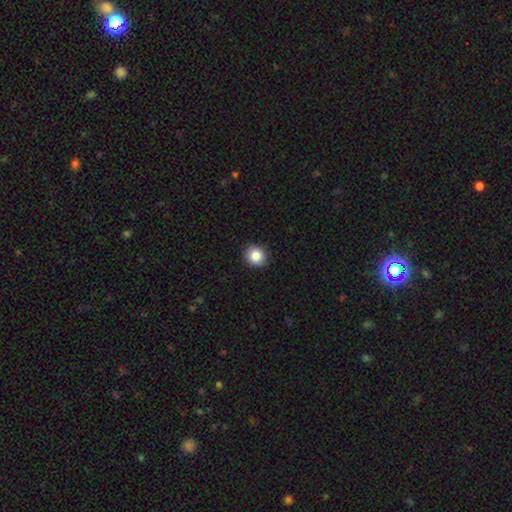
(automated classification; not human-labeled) This is clearly a smooth galaxy (86%). How rounded: clearly round (90%). Merging: clearly none (92%).